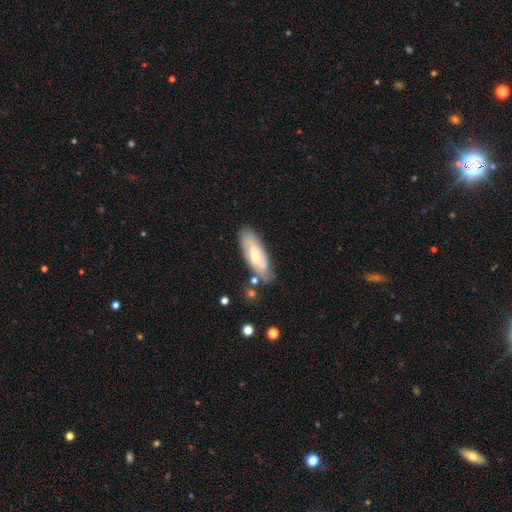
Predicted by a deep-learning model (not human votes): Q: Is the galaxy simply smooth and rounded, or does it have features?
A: smooth — 47%, tied with featured or disk.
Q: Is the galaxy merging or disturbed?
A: none — 75%.